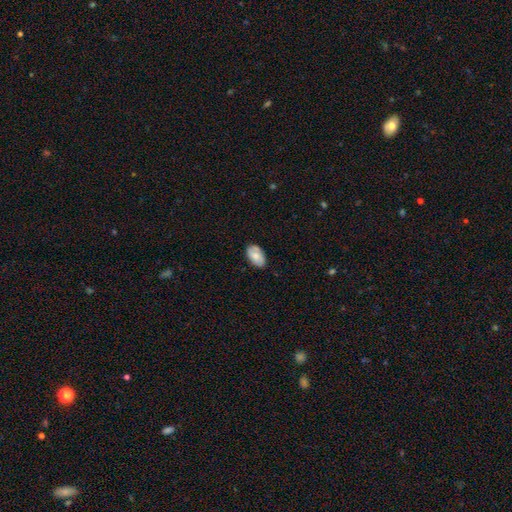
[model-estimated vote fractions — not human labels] Smooth or featured? smooth (77%)
How rounded? in between (94%)
Merging? none (80%)